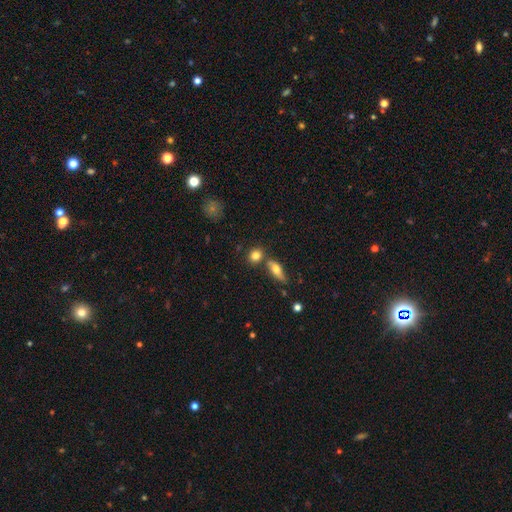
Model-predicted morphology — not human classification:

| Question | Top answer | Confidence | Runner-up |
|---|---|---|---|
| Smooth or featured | smooth | 79% | featured or disk (12%) |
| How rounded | round | 56% | in between (38%) |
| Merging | none | 62% | merger (24%) |